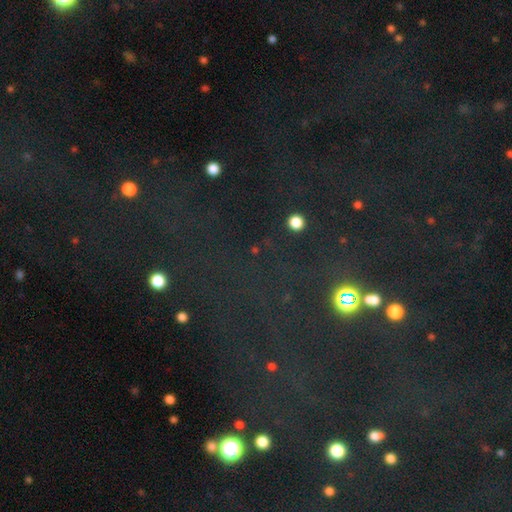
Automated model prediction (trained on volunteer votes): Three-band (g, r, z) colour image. It shows a star or artifact, not a galaxy (77%).